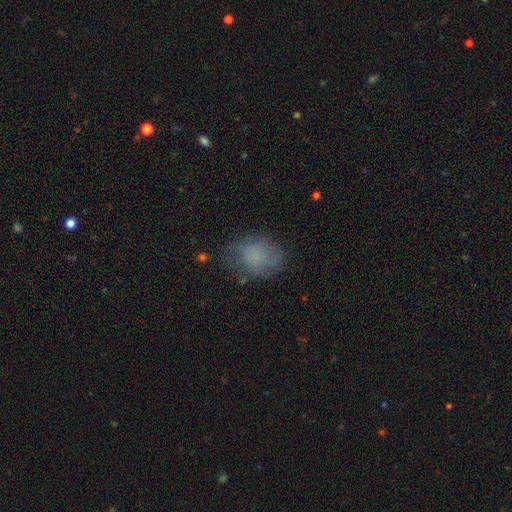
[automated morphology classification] This is likely a smooth galaxy (68%). How rounded: possibly in between (56%). Merging: likely none (60%).